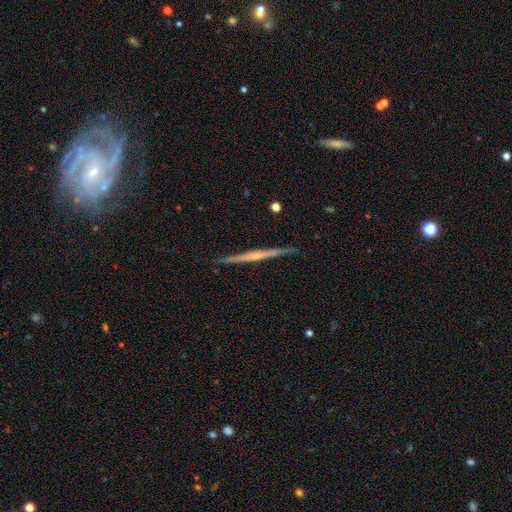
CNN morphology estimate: smooth-or-featured: featured or disk: 72% | smooth: 22% | star or artifact: 5%
  disk-edge-on: yes: 98% | no: 2%
    edge-on-bulge: none: 50% | rounded: 39% | boxy: 12%
  merging: none: 90% | minor disturbance: 7% | major disturbance: 1% | merger: 1%